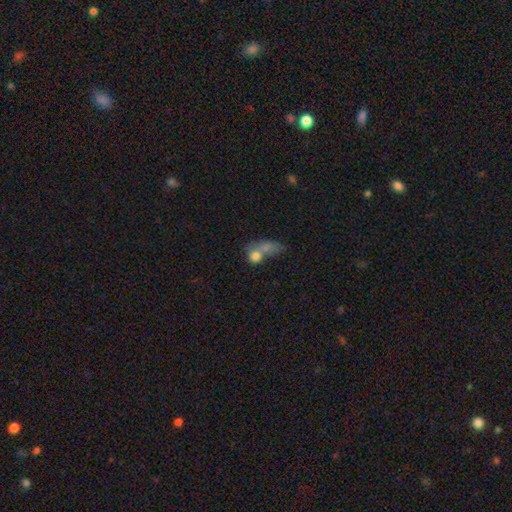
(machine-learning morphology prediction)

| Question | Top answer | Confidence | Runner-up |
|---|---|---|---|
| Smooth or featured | smooth | 70% | featured or disk (19%) |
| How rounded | round | 53% | in between (43%) |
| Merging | merger | 57% | major disturbance (17%) |